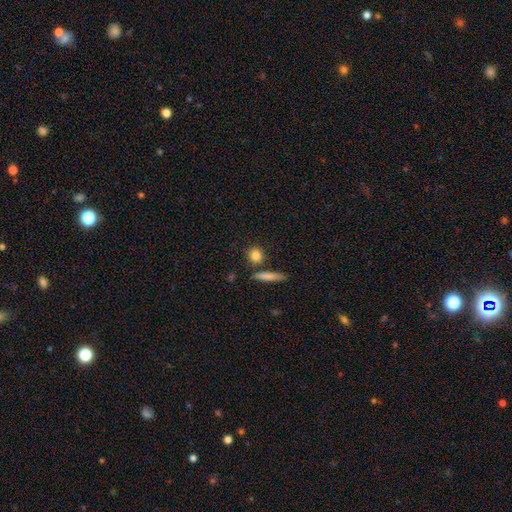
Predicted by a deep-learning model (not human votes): Smooth or featured: smooth — 84% (featured or disk — 8%)
How rounded: round — 73% (in between — 18%)
Merging: none — 79% (merger — 10%)